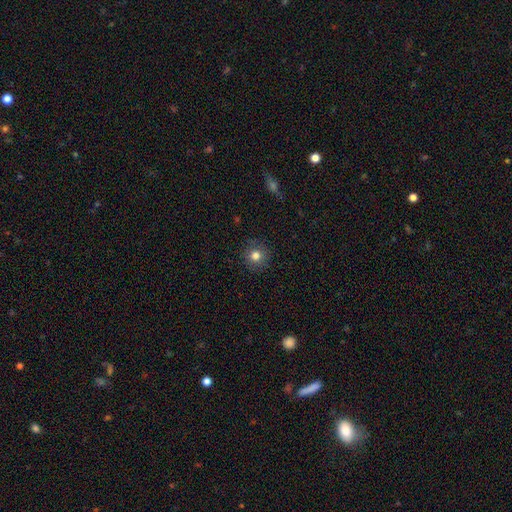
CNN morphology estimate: Smooth or featured? smooth (80%)
How rounded? round (93%)
Merging? none (90%)